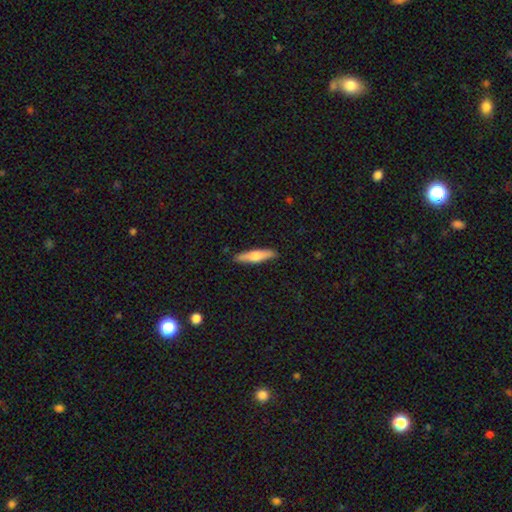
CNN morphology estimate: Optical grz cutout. It shows a smooth galaxy with no disk features (55%) that is cigar-shaped (82%). Merging: none (89%).